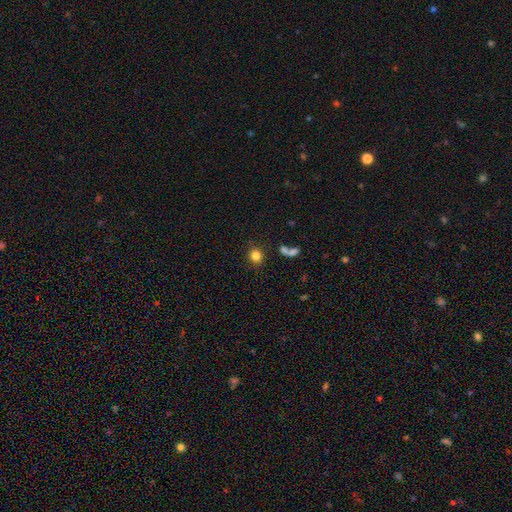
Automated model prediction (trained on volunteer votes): smooth-or-featured: smooth: 82% | star or artifact: 12% | featured or disk: 6%
  how-rounded: round: 79% | in between: 20% | cigar-shaped: 1%
  merging: none: 83% | minor disturbance: 8% | merger: 6% | major disturbance: 4%